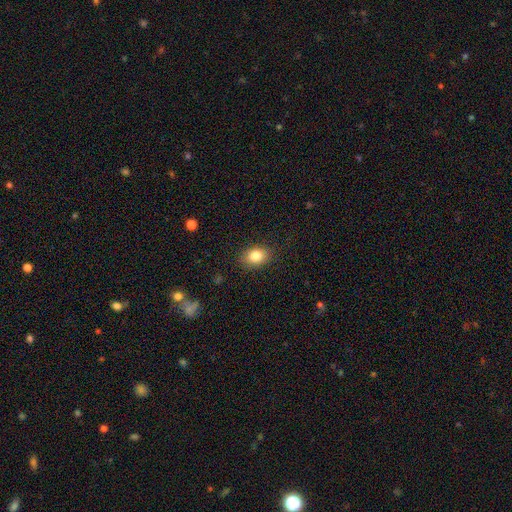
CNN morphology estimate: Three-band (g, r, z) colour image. It shows a smooth galaxy with no disk features (84%) that is in between round and cigar-shaped (70%). Merging: none (87%).